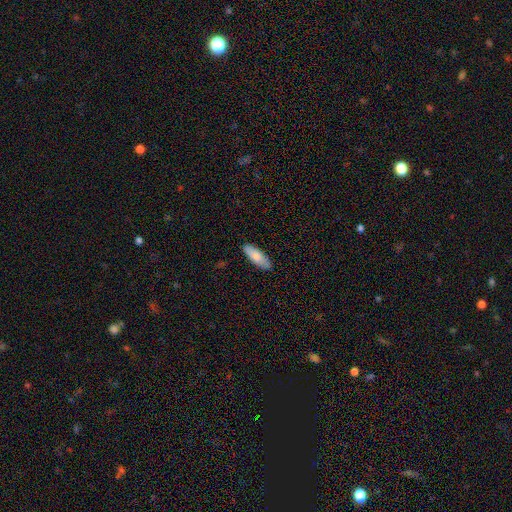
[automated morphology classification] A smooth galaxy with no disk features (82%) that is in between round and cigar-shaped (68%).

Vote fractions:
- Smooth or featured? smooth: 82% / featured or disk: 13% / star or artifact: 5%
- How rounded? in between: 68% / cigar-shaped: 31% / round: 2%
- Merging? none: 87% / minor disturbance: 10% / major disturbance: 2% / merger: 1%